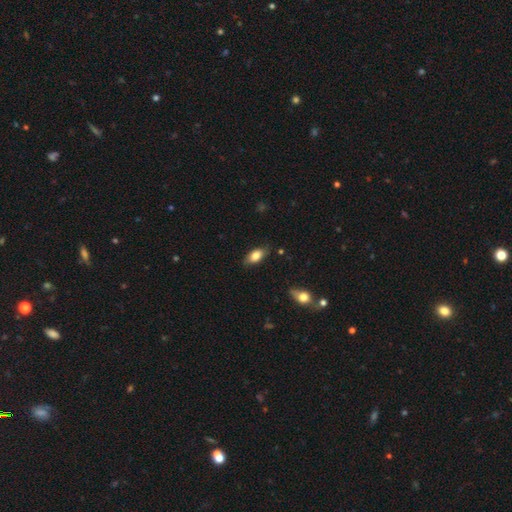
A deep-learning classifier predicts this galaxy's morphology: The model was most divided on "merging": none: 79%, minor disturbance: 16%, major disturbance: 3%, merger: 1%. More confident: how rounded — in between (87%); smooth or featured — smooth (79%).